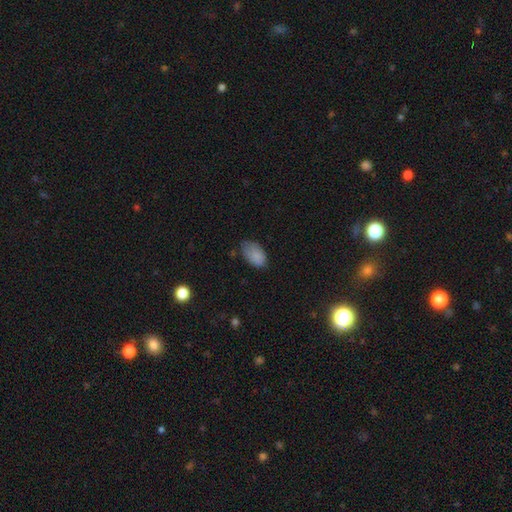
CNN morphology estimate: smooth-or-featured: smooth: 85% | star or artifact: 8% | featured or disk: 8%
  how-rounded: in between: 92% | round: 6% | cigar-shaped: 1%
  merging: none: 57% | minor disturbance: 34% | major disturbance: 7% | merger: 2%